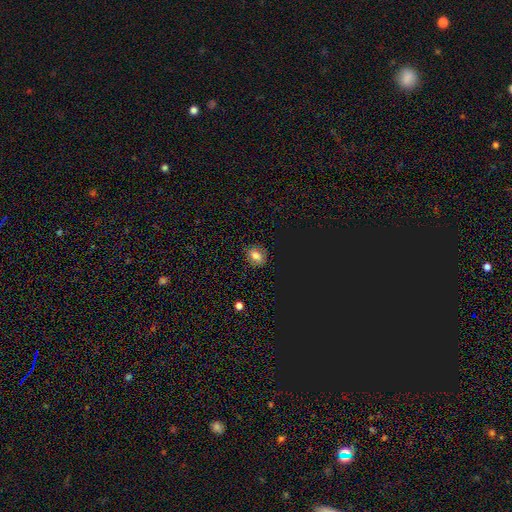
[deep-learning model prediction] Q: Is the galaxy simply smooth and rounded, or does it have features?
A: smooth — 68%.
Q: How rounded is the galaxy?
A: in between — 56%.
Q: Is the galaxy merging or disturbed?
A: none — 86%.